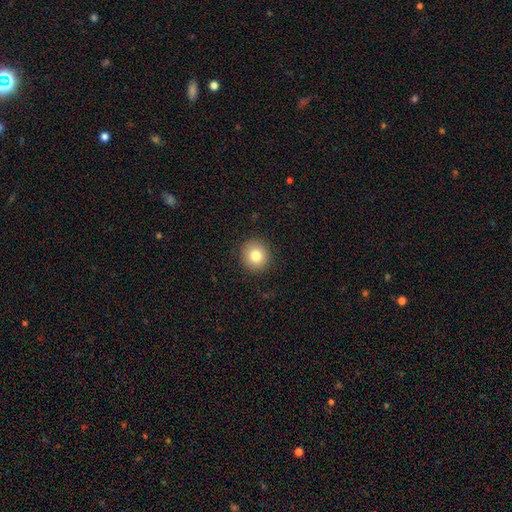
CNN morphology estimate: This appears to be a smooth galaxy with no disk features (81%) that is round (91%). Merging: none (91%).